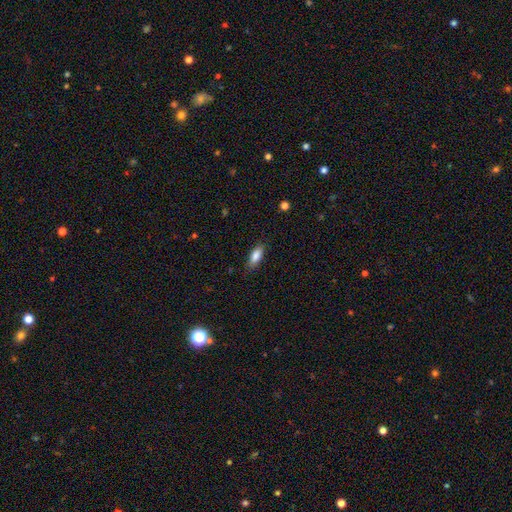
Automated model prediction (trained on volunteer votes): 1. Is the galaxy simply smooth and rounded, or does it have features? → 85% smooth, 9% featured or disk, 7% star or artifact.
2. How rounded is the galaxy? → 77% in between, 21% cigar-shaped, 2% round.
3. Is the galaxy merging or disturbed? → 84% none, 12% minor disturbance, 3% major disturbance, 1% merger.